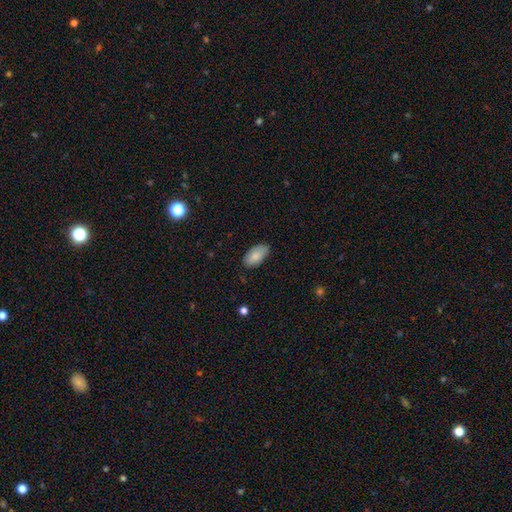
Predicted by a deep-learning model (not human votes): Smooth or featured: smooth — 85% (featured or disk — 8%)
How rounded: in between — 94% (cigar-shaped — 3%)
Merging: none — 79% (minor disturbance — 17%)